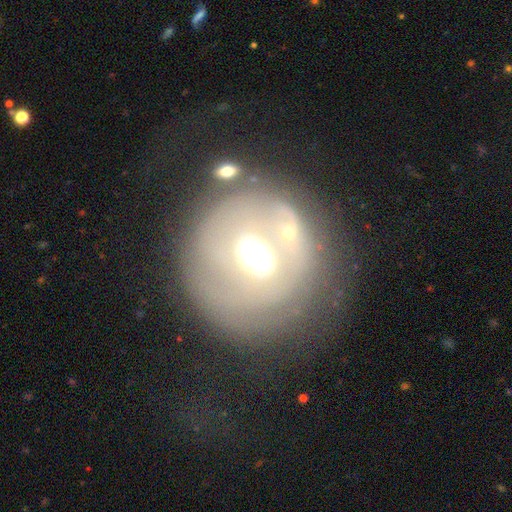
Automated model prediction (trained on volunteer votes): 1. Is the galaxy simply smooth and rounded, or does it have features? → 50% featured or disk, 36% smooth, 14% star or artifact.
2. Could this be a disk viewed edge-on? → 92% no, 8% yes.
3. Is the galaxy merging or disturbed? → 50% none, 18% merger, 16% major disturbance, 15% minor disturbance.